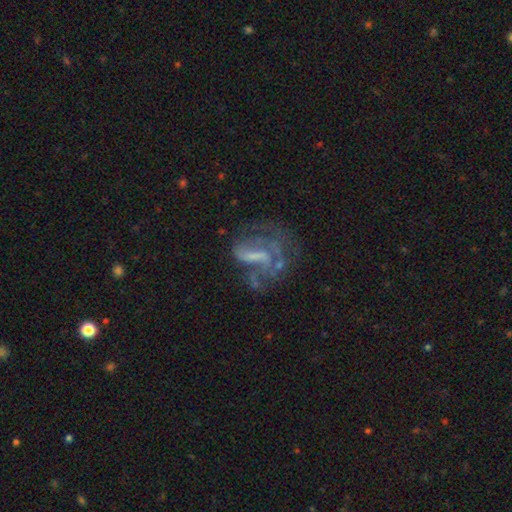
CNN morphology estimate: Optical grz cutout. It shows a featured or disk galaxy (64%) with no bar (45%), no spiral arms (55%) and no central bulge (53%). Merging: major disturbance (43%).